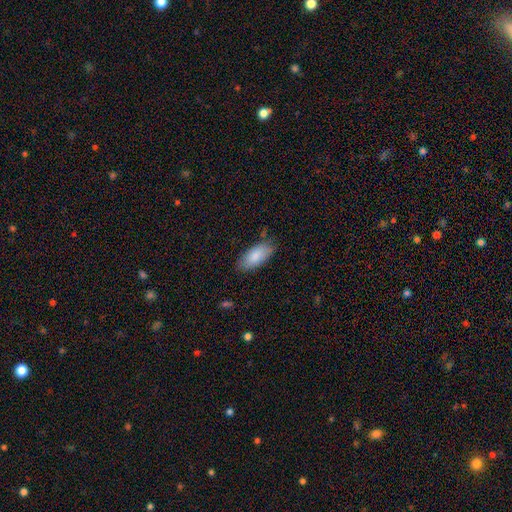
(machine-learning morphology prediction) Smooth or featured?
  - smooth: 85% *
  - featured or disk: 9%
  - star or artifact: 6%
How rounded?
  - in between: 87% *
  - cigar-shaped: 11%
  - round: 2%
Merging?
  - none: 79% *
  - minor disturbance: 16%
  - major disturbance: 3%
  - merger: 2%